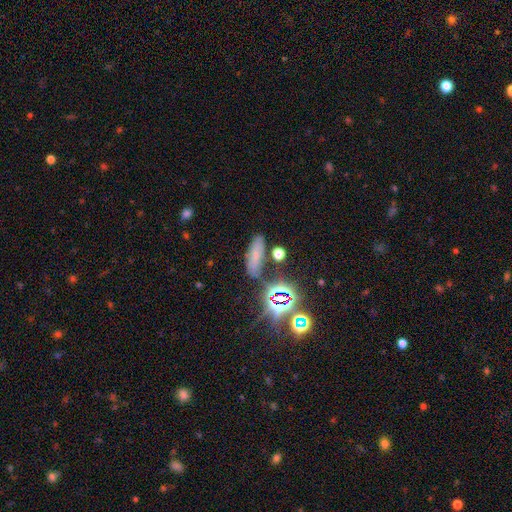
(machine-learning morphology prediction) Smooth or featured: smooth — 52% (star or artifact — 32%)
How rounded: in between — 57% (cigar-shaped — 36%)
Merging: none — 70% (minor disturbance — 16%)